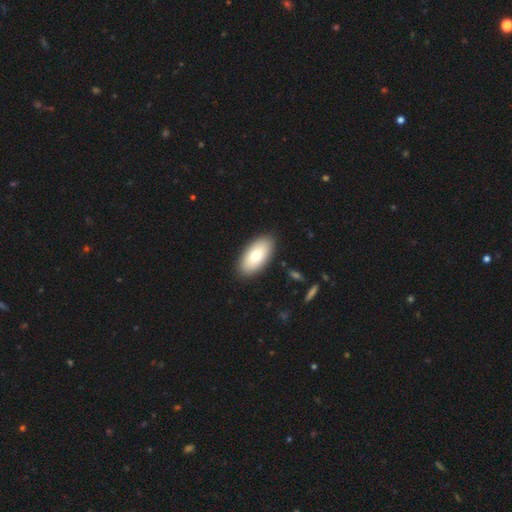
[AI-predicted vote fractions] Smooth or featured? smooth (75%)
How rounded? in between (94%)
Merging? none (89%)